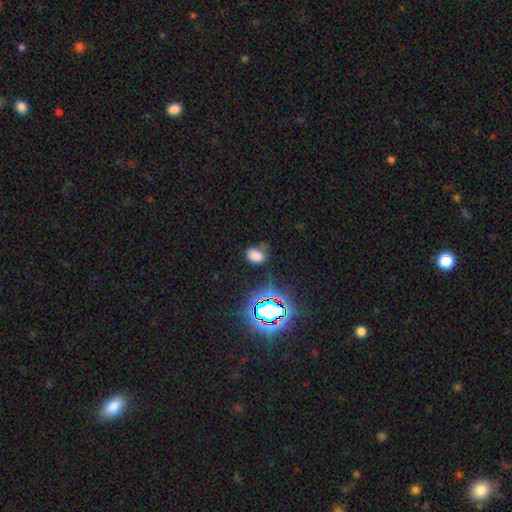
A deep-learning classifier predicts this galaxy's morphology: A smooth galaxy with no disk features (69%) that is in between round and cigar-shaped (69%). Merging: none (58%).